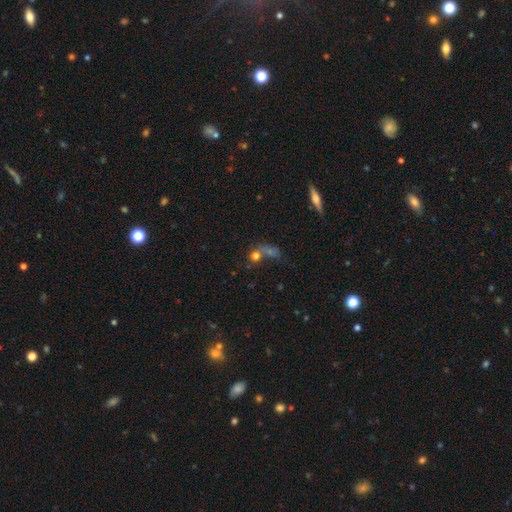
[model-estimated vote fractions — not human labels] Smooth or featured? Predicted: smooth (p=0.68). How rounded? Predicted: round (p=0.72). Merging? Predicted: merger (p=0.47).